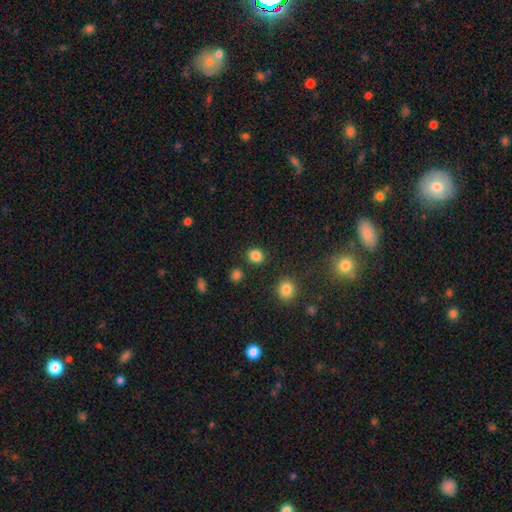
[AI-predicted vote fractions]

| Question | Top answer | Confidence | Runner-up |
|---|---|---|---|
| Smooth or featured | smooth | 85% | star or artifact (12%) |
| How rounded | round | 82% | in between (17%) |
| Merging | none | 87% | minor disturbance (7%) |